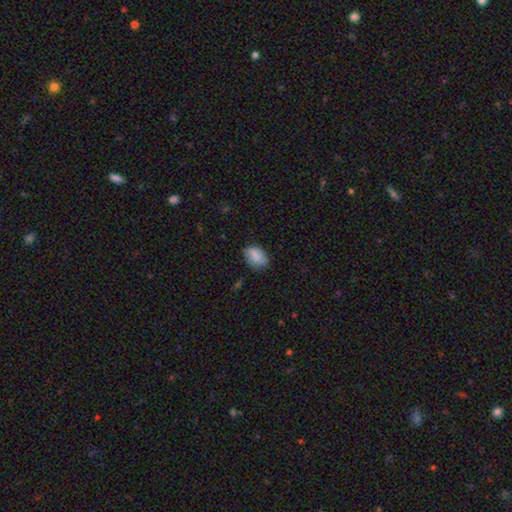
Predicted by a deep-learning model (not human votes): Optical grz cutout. It shows a smooth galaxy with no disk features (87%) that is in between round and cigar-shaped (87%). Merging: none (75%).